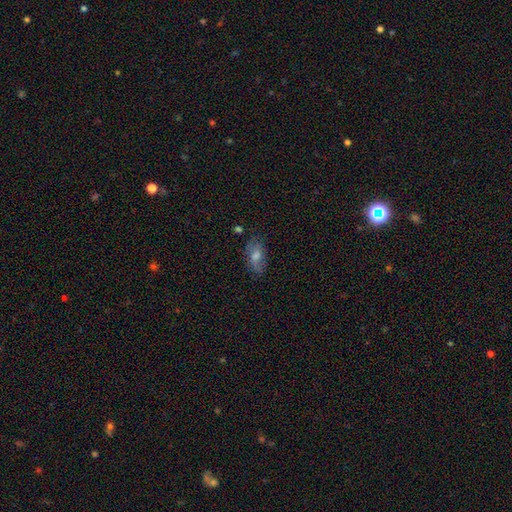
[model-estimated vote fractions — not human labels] This is possibly a smooth galaxy (49%). Merging: likely none (71%).